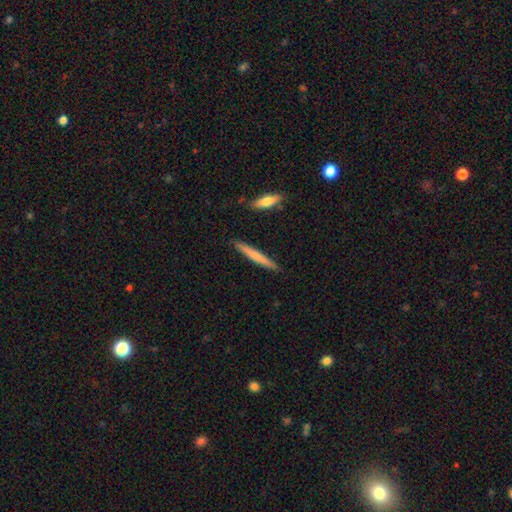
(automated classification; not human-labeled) A smooth galaxy with no disk features (63%) that is cigar-shaped (96%).

Vote fractions:
- Smooth or featured? smooth: 63% / featured or disk: 32% / star or artifact: 5%
- How rounded? cigar-shaped: 96% / in between: 3% / round: 1%
- Merging? none: 90% / minor disturbance: 7% / merger: 2% / major disturbance: 1%